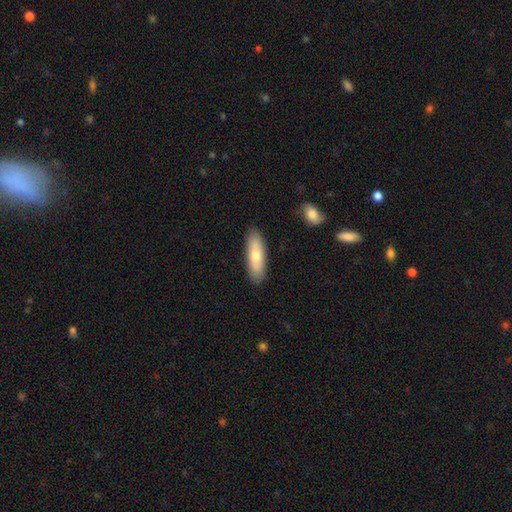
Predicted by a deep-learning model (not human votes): This appears to be a smooth galaxy with no disk features (69%) that is cigar-shaped (50%). Merging: none (88%).